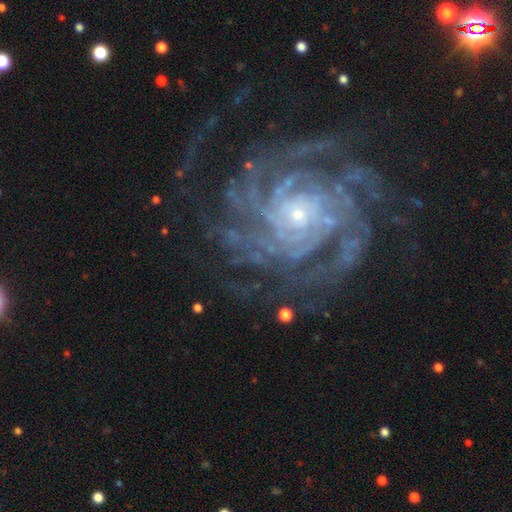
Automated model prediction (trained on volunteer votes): Smooth or featured?
  - featured or disk: 91% *
  - star or artifact: 6%
  - smooth: 3%
Edge-on disk?
  - no: 98% *
  - yes: 2%
Bar?
  - no: 68% *
  - weak: 22%
  - strong: 10%
Spiral arms?
  - yes: 98% *
  - no: 2%
Spiral winding?
  - tight: 75% *
  - medium: 21%
  - loose: 4%
Spiral arm count?
  - more than 4: 31% *
  - 4: 21%
  - can't tell: 18%
  - 3: 12%
  - 2: 10%
  - 1: 9%
Bulge size?
  - small: 75% *
  - moderate: 19%
  - none: 2%
  - large: 2%
  - dominant: 1%
Merging?
  - none: 76% *
  - minor disturbance: 14%
  - major disturbance: 9%
  - merger: 2%